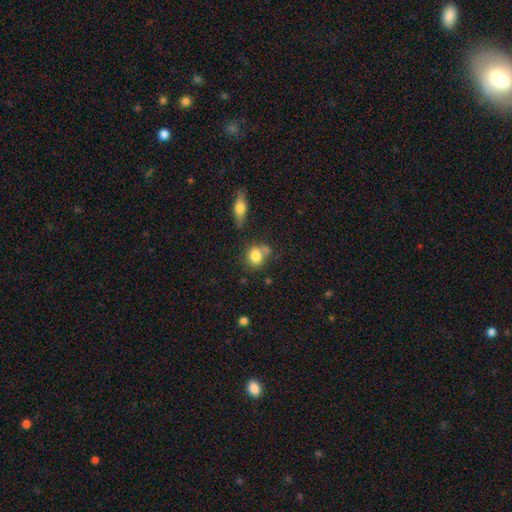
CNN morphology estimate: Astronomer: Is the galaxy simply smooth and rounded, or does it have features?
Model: smooth — 81%.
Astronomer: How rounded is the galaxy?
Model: round — 65%.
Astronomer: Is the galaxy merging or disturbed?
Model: none — 57%.